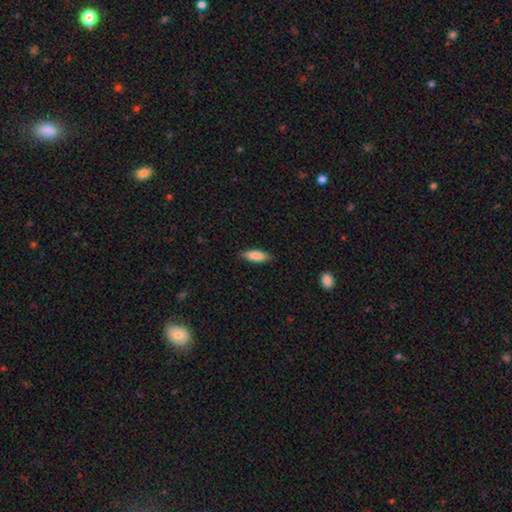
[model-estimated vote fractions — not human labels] smooth 86%, featured or disk 8%, star or artifact 6%. Down the decision tree: how rounded — in between (67%); merging — none (86%).